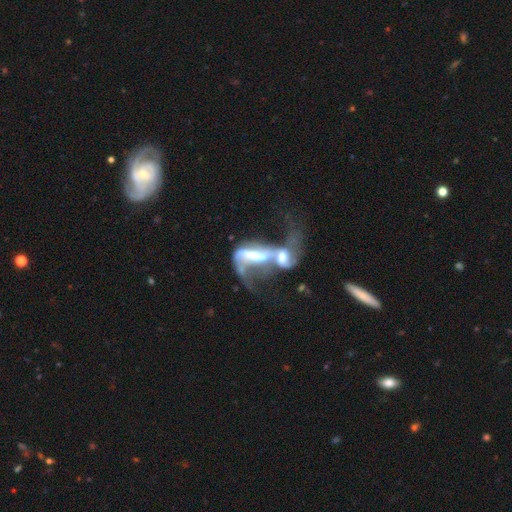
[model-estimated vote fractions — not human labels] Morphology: type=featured or disk (77%); edge-on=no (90%); bar=strong (44%); spiral arms=yes (75%); winding=loose (74%); arm count=2 (65%); bulge=moderate (47%); merging=merger (76%).